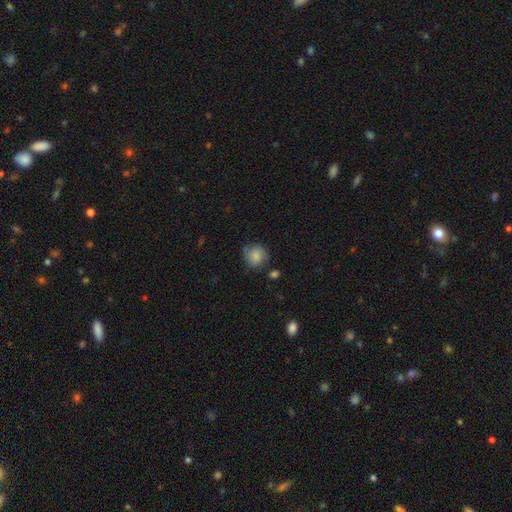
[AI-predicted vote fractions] Q: Smooth or featured?
A: smooth (83%); runner-up: featured or disk (9%)
Q: How rounded?
A: round (88%); runner-up: in between (11%)
Q: Merging?
A: none (71%); runner-up: minor disturbance (20%)